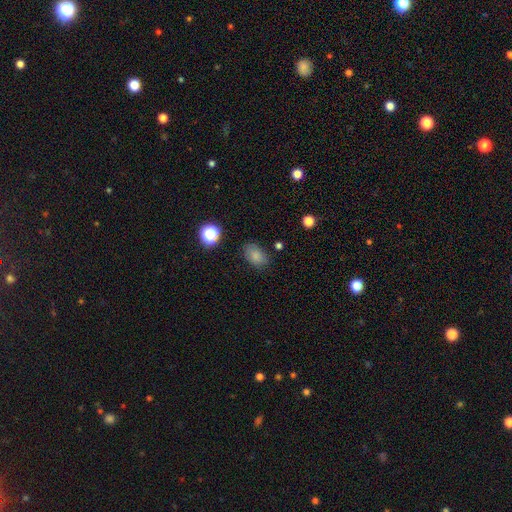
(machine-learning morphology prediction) Q: Smooth or featured?
A: smooth (81%); runner-up: star or artifact (12%)
Q: How rounded?
A: in between (83%); runner-up: round (16%)
Q: Merging?
A: none (76%); runner-up: minor disturbance (17%)